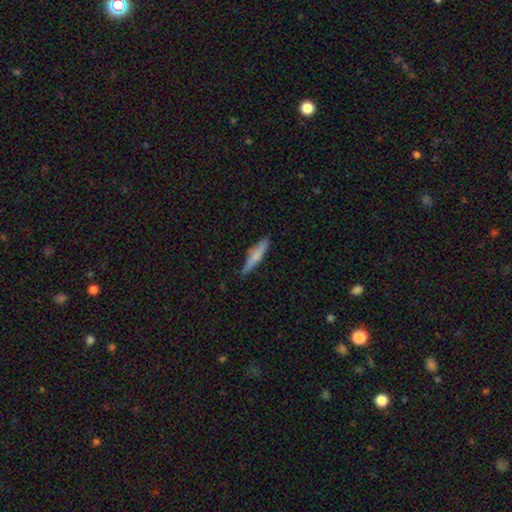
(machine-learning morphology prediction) Smooth or featured? smooth (71%)
How rounded? cigar-shaped (87%)
Merging? none (82%)